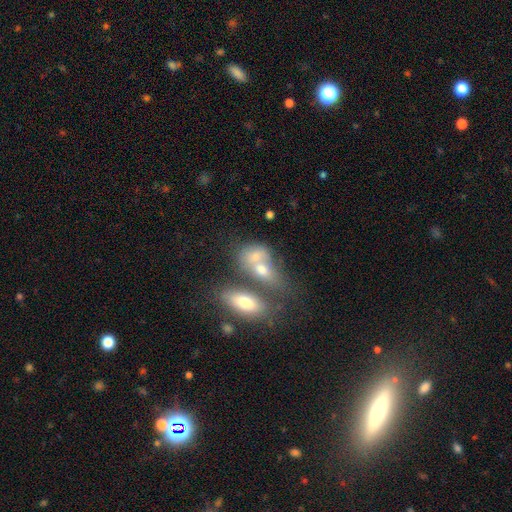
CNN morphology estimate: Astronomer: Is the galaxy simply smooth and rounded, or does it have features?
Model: smooth — 68%.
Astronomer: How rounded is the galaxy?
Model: in between — 74%.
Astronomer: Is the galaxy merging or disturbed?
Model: merger — 56%.